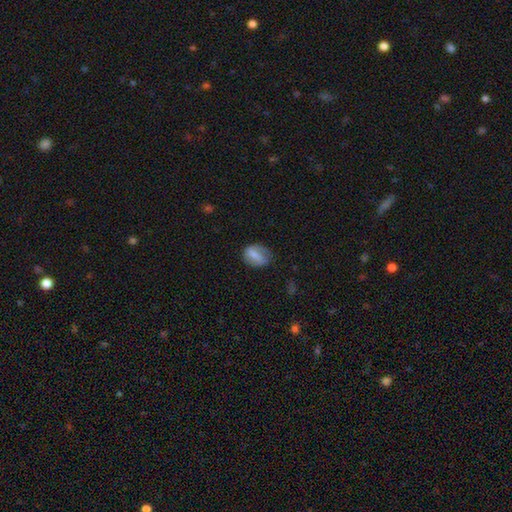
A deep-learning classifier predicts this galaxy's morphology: Smooth or featured: smooth — 68% (featured or disk — 24%)
How rounded: in between — 70% (round — 27%)
Merging: none — 62% (minor disturbance — 26%)